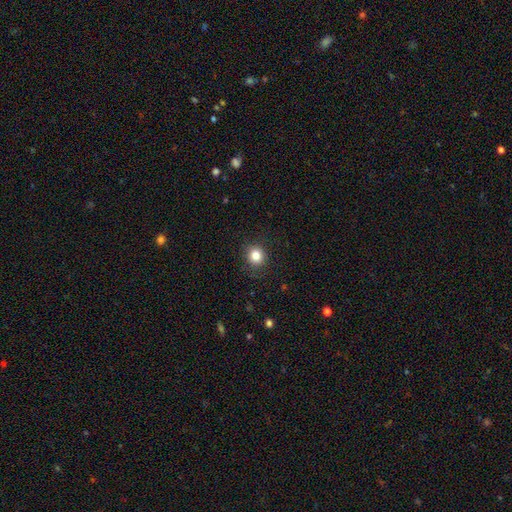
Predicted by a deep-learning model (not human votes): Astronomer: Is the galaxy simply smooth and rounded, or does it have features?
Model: smooth — 82%.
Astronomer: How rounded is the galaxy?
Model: round — 87%.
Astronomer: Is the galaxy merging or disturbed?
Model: none — 89%.